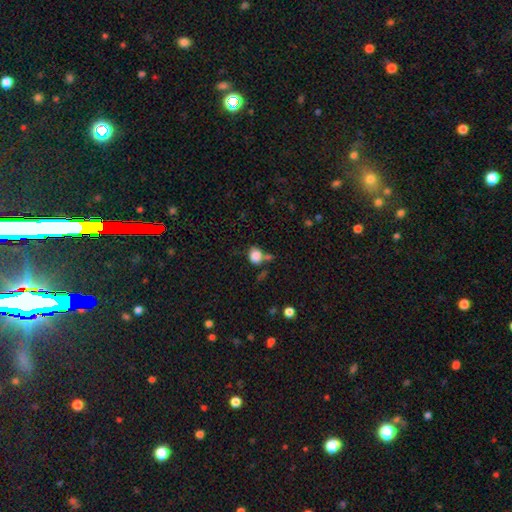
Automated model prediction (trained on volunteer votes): Morphology: type=smooth (85%); roundness=round (62%); merging=none (51%).